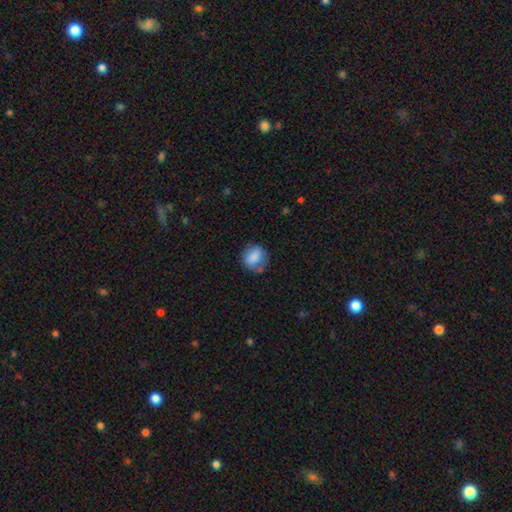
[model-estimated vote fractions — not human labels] A smooth galaxy with no disk features (81%) that is round (71%). Merging: none (65%).